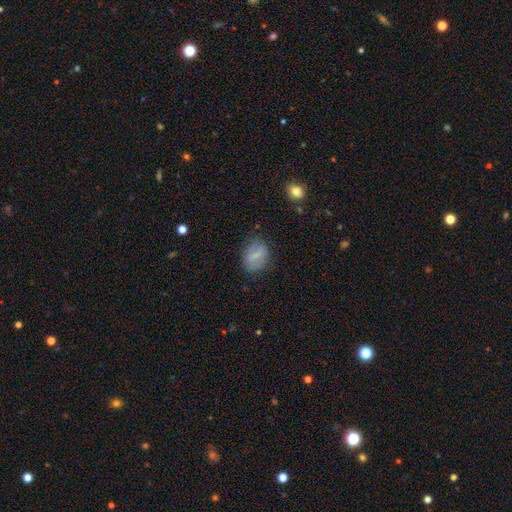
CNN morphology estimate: smooth_or_featured: smooth (p=0.62) [alt: featured or disk p=0.28]
how_rounded: in between (p=0.68) [alt: round p=0.29]
merging: none (p=0.73) [alt: minor disturbance p=0.19]